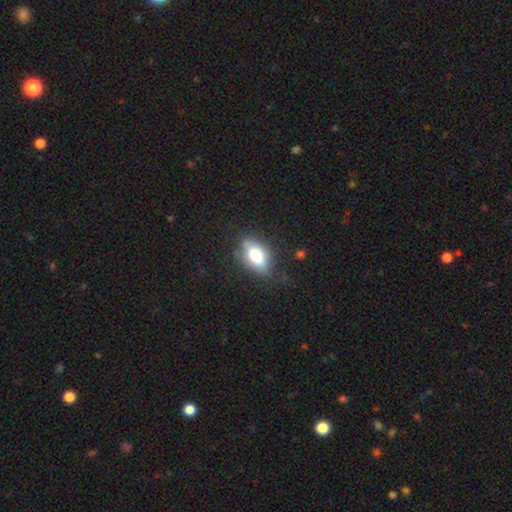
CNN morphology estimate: A smooth galaxy with no disk features (73%) that is in between round and cigar-shaped (87%). Merging: none (67%).